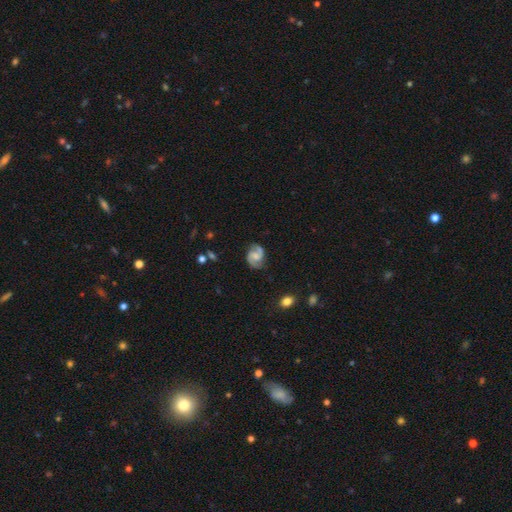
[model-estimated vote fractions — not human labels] featured or disk 83%, smooth 11%, star or artifact 6%. Down the decision tree: edge-on disk — no (98%); bar — weak (48%); spiral arms — yes (97%); spiral arm count — 2 (92%); spiral winding — medium (55%); bulge size — moderate (36%, tied with small); merging — none (77%).